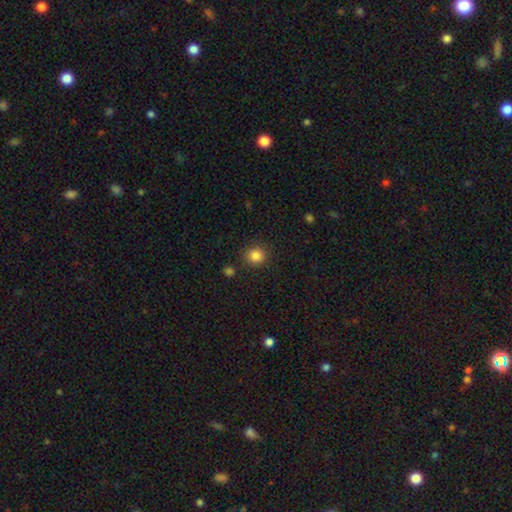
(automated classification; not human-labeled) Smooth or featured?
  - smooth: 85% *
  - star or artifact: 11%
  - featured or disk: 4%
How rounded?
  - round: 89% *
  - in between: 11%
  - cigar-shaped: 1%
Merging?
  - none: 87% *
  - minor disturbance: 8%
  - major disturbance: 3%
  - merger: 3%